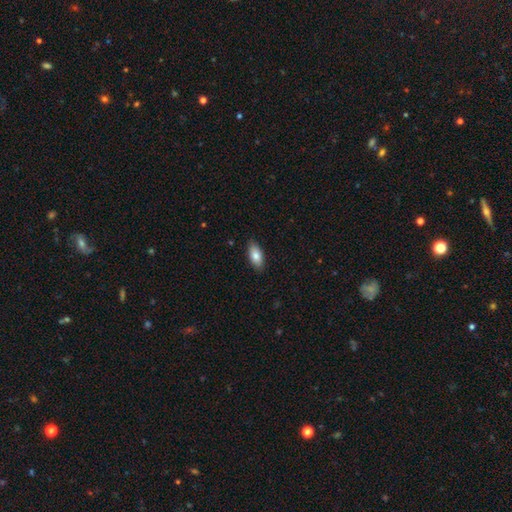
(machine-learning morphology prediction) smooth-or-featured: smooth: 81% | featured or disk: 13% | star or artifact: 6%
  how-rounded: in between: 88% | cigar-shaped: 9% | round: 3%
  merging: none: 87% | minor disturbance: 10% | major disturbance: 2% | merger: 1%